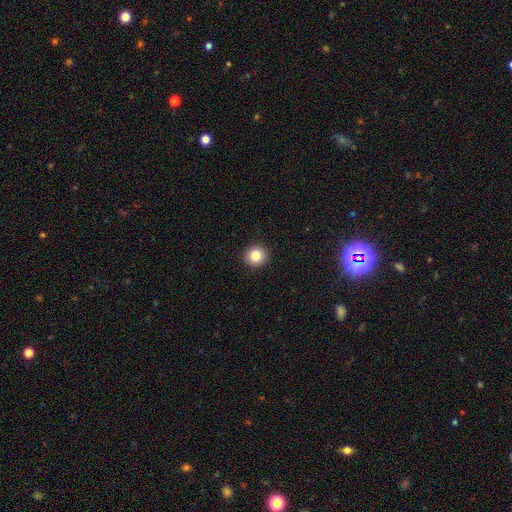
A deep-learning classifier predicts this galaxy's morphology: Smooth or featured?
  - smooth: 84% *
  - star or artifact: 10%
  - featured or disk: 6%
How rounded?
  - round: 94% *
  - in between: 5%
  - cigar-shaped: 1%
Merging?
  - none: 93% *
  - minor disturbance: 4%
  - major disturbance: 1%
  - merger: 1%